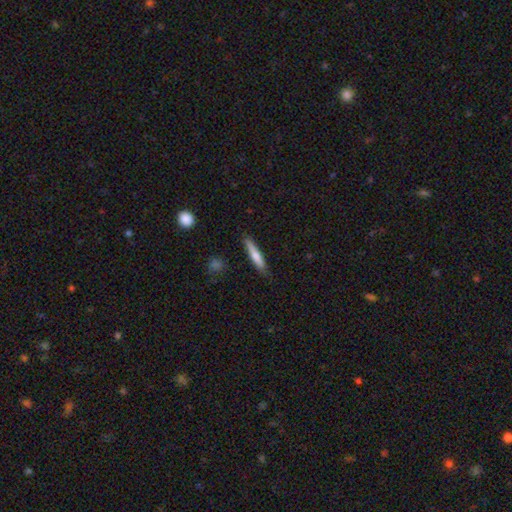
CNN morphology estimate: Smooth or featured: smooth — 68% (featured or disk — 26%)
How rounded: cigar-shaped — 89% (in between — 10%)
Merging: none — 84% (minor disturbance — 12%)